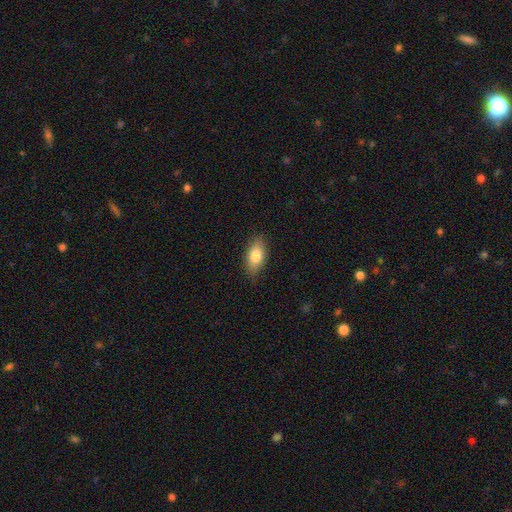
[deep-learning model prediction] Smooth or featured?
  - smooth: 80% *
  - featured or disk: 13%
  - star or artifact: 7%
How rounded?
  - in between: 88% *
  - cigar-shaped: 8%
  - round: 4%
Merging?
  - none: 84% *
  - minor disturbance: 13%
  - major disturbance: 2%
  - merger: 1%